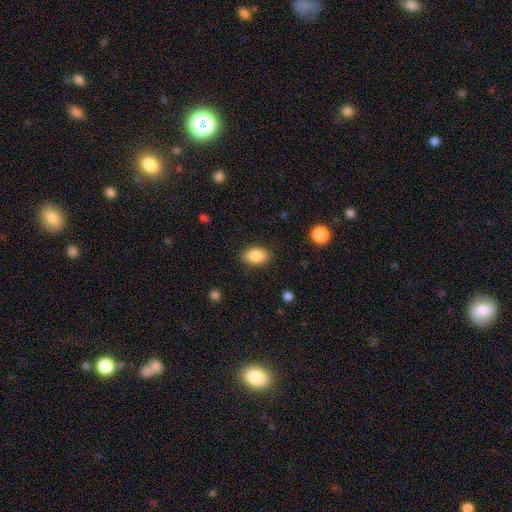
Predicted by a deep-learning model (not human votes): The model was most divided on "how rounded": in between: 86%, round: 12%, cigar-shaped: 1%. More confident: smooth or featured — smooth (87%); merging — none (86%).